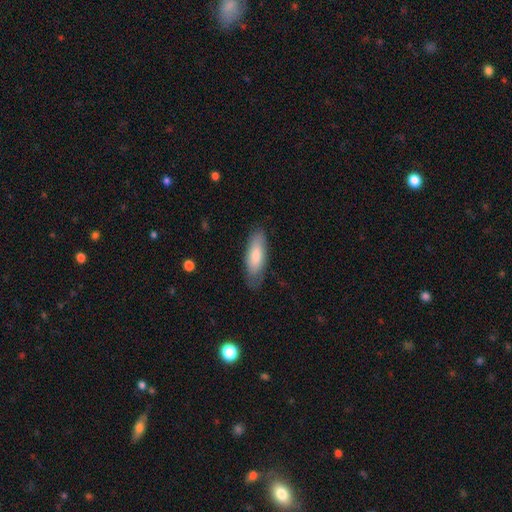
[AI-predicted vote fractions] Smooth or featured? smooth (78%)
How rounded? in between (57%)
Merging? none (78%)